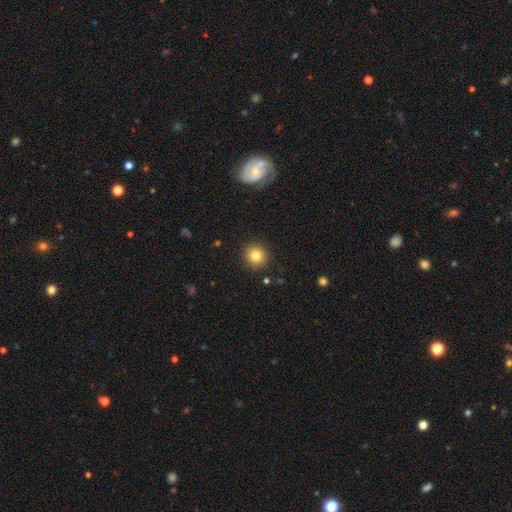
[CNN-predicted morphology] Q: Smooth or featured?
A: smooth (82%); runner-up: star or artifact (11%)
Q: How rounded?
A: round (92%); runner-up: in between (7%)
Q: Merging?
A: none (90%); runner-up: minor disturbance (6%)